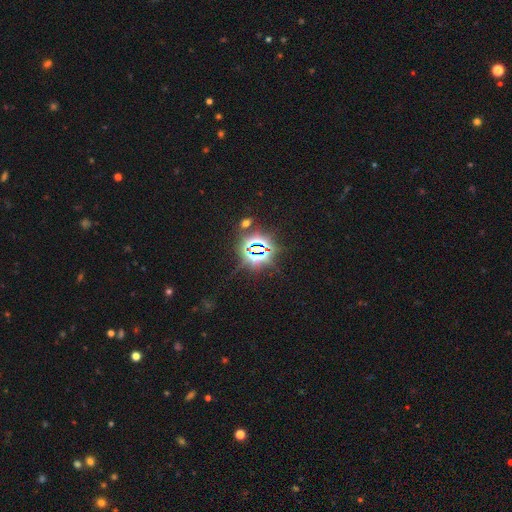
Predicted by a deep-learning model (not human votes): Smooth or featured: star or artifact — 82% (smooth — 10%)